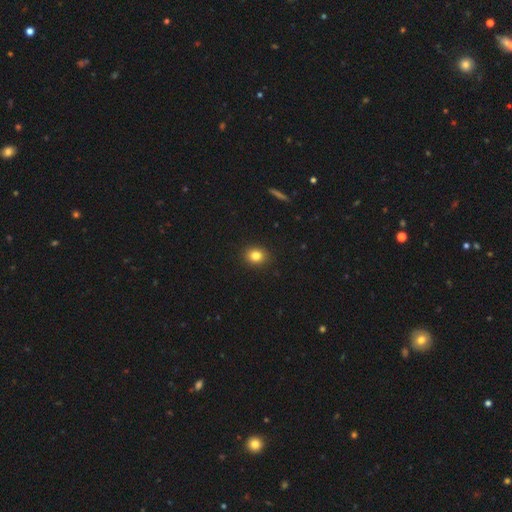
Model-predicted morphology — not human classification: A smooth galaxy with no disk features (83%) that is round (67%).

Vote fractions:
- Smooth or featured? smooth: 83% / star or artifact: 11% / featured or disk: 6%
- How rounded? round: 67% / in between: 32% / cigar-shaped: 1%
- Merging? none: 91% / minor disturbance: 6% / major disturbance: 2% / merger: 1%